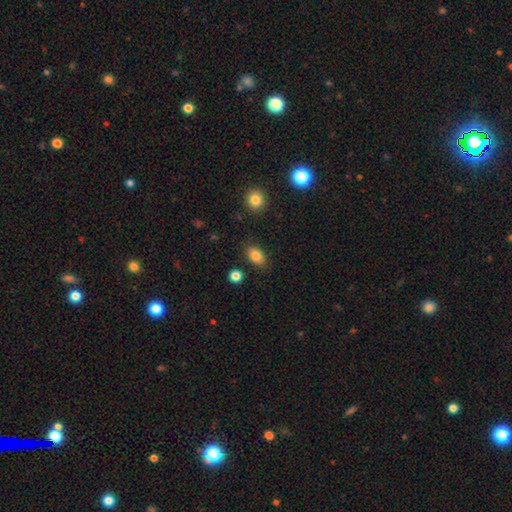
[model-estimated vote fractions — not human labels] Q: Smooth or featured?
A: smooth (84%); runner-up: star or artifact (9%)
Q: How rounded?
A: in between (85%); runner-up: round (13%)
Q: Merging?
A: none (84%); runner-up: minor disturbance (10%)